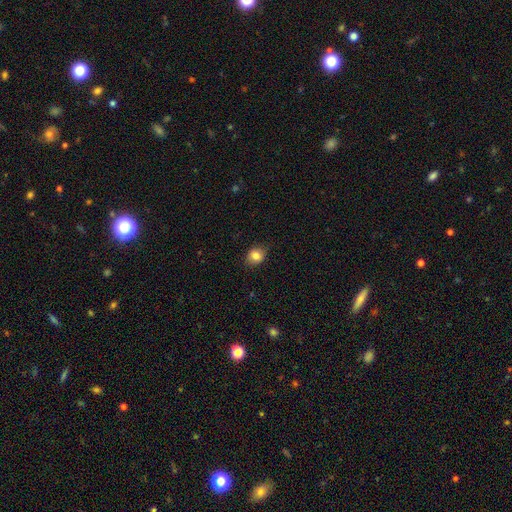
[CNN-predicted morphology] smooth-or-featured: smooth: 84% | star or artifact: 10% | featured or disk: 7%
  how-rounded: round: 58% | in between: 41% | cigar-shaped: 1%
  merging: none: 80% | minor disturbance: 16% | major disturbance: 3% | merger: 1%